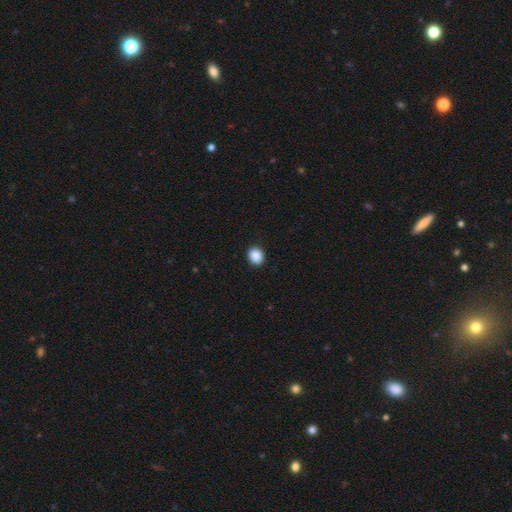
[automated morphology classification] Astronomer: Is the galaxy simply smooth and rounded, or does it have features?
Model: smooth — 90%.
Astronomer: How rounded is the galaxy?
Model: round — 57% (runner-up: in between, 42%).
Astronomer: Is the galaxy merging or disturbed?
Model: none — 91%.